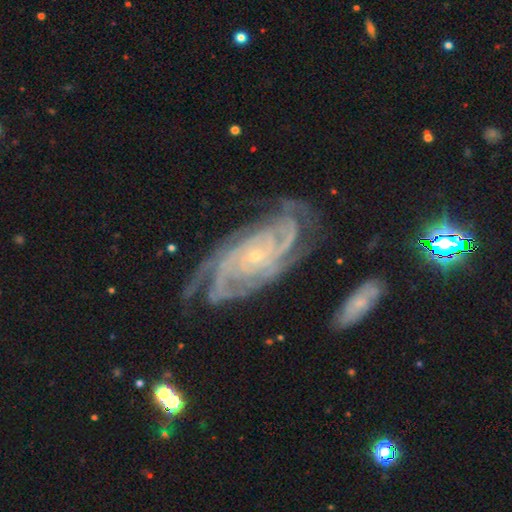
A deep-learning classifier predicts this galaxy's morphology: Overall: featured or disk (91%). Edge-on disk: no (96%). Bar: no (75%). Spiral arms: yes (98%). Spiral arm count: 4 (29%; 3 20%). Spiral winding: tight (73%). Bulge size: small (85%). Merging: none (68%).